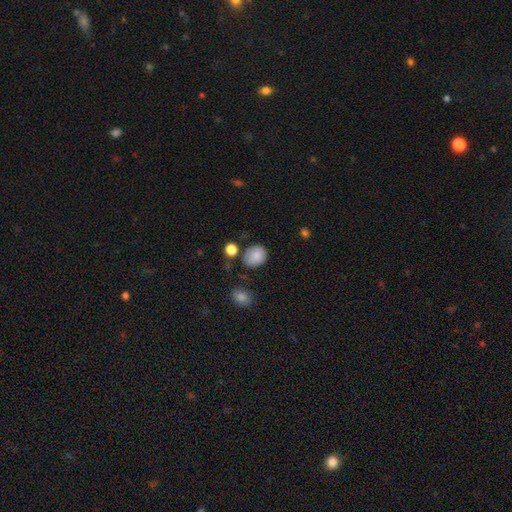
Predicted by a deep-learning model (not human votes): Smooth or featured: smooth — 85% (star or artifact — 9%)
How rounded: round — 54% (in between — 45%)
Merging: none — 69% (minor disturbance — 21%)